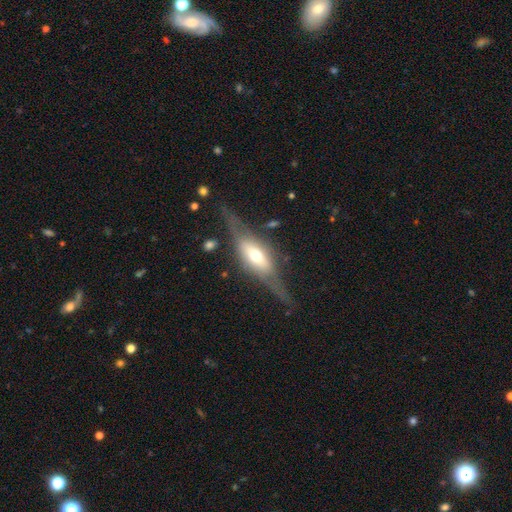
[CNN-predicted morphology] Smooth or featured? Predicted: featured or disk (p=0.70). Edge-on disk? Predicted: yes (p=0.86). Edge-on bulge? Predicted: rounded (p=0.85). Merging? Predicted: none (p=0.67).